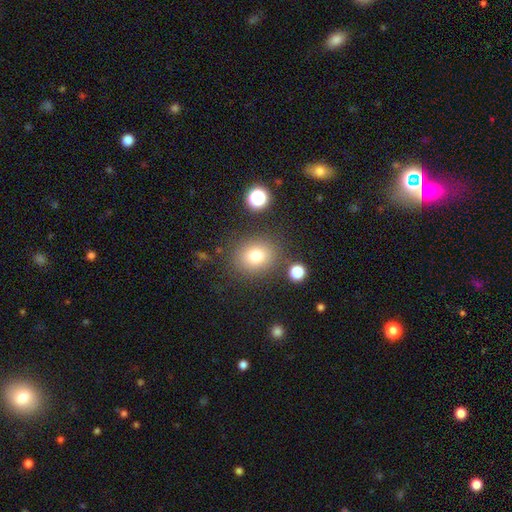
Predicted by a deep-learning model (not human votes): smooth_or_featured: smooth (p=0.78) [alt: star or artifact p=0.13]
how_rounded: round (p=0.70) [alt: in between p=0.29]
merging: none (p=0.81) [alt: minor disturbance p=0.10]